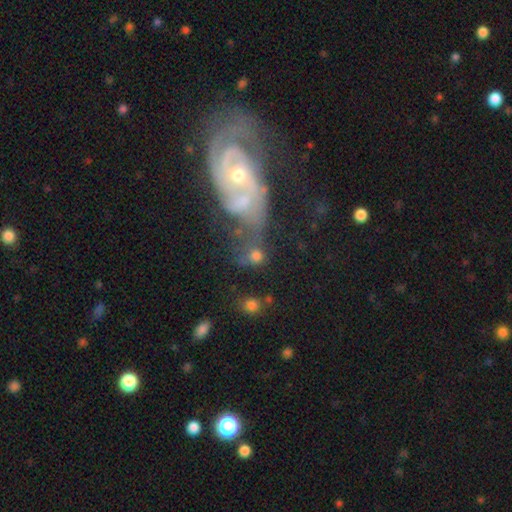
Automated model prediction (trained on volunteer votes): Morphology: type=smooth (63%); roundness=round (72%); merging=none (42%).